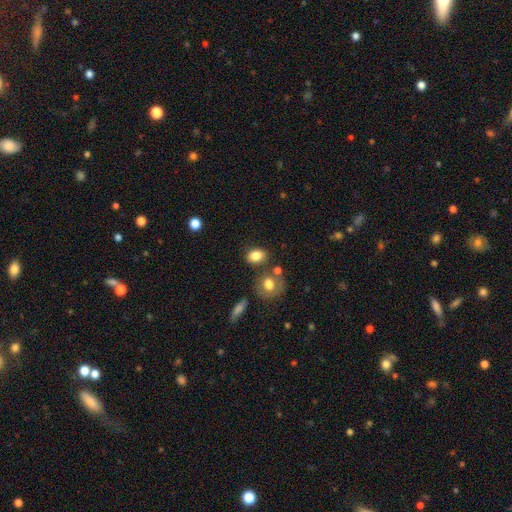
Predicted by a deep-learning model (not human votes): smooth-or-featured: smooth: 81% | star or artifact: 10% | featured or disk: 9%
  how-rounded: in between: 68% | round: 30% | cigar-shaped: 1%
  merging: none: 71% | minor disturbance: 13% | merger: 12% | major disturbance: 4%